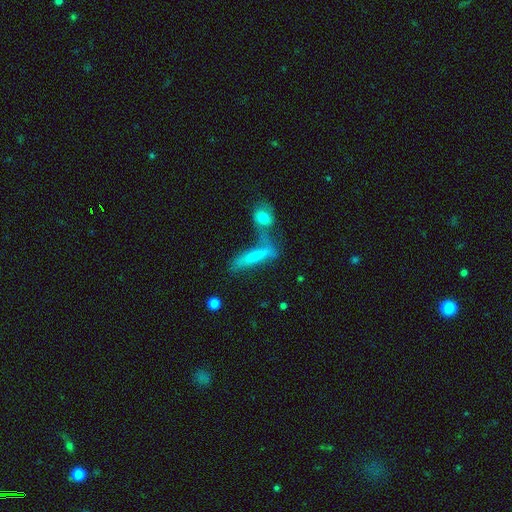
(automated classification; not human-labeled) The model was most divided on "merging": merger: 42%, none: 37%, minor disturbance: 13%, major disturbance: 8%. More confident: how rounded — cigar-shaped (74%); smooth or featured — smooth (50%).